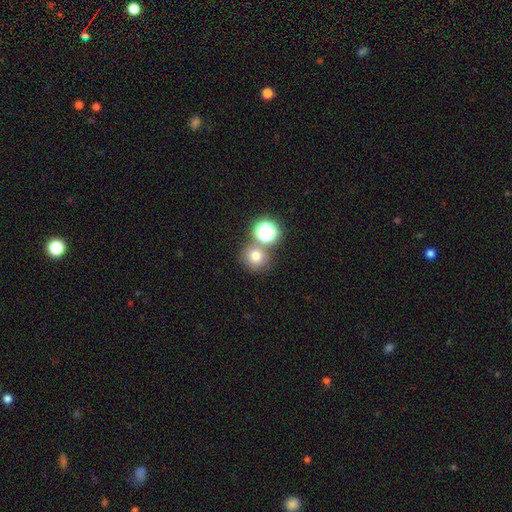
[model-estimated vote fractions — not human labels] Overall: smooth (72%). How rounded: round (89%). Merging: none (67%).